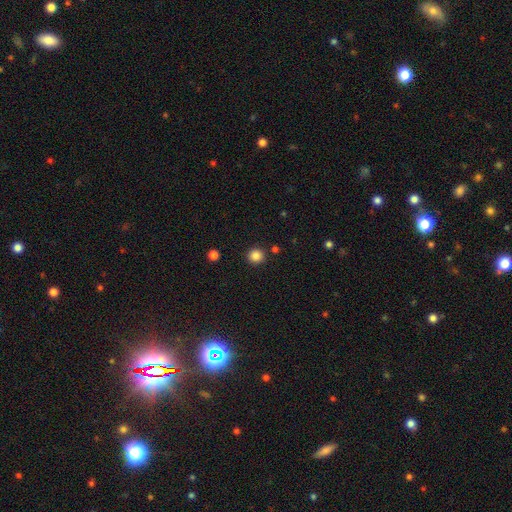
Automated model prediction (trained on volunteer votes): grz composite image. It shows a smooth galaxy with no disk features (85%) that is round (93%). Merging: none (90%).